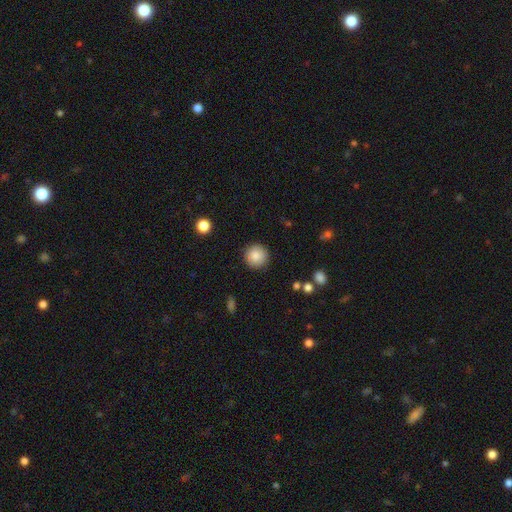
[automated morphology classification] The model was most divided on "smooth or featured": smooth: 86%, star or artifact: 8%, featured or disk: 5%. More confident: how rounded — round (96%); merging — none (91%).